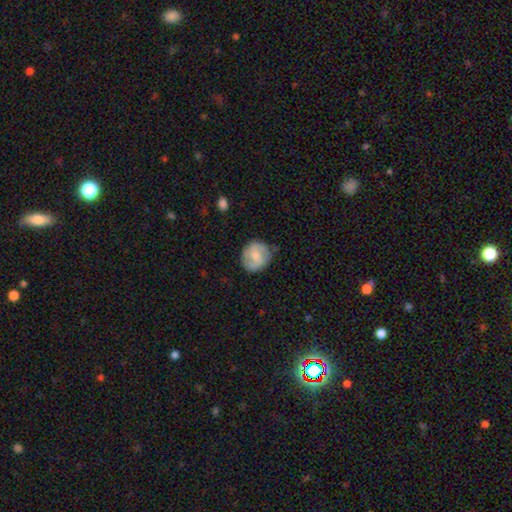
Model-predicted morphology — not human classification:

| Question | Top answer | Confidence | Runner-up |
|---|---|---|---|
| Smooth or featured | smooth | 52% | featured or disk (41%) |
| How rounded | round | 78% | in between (21%) |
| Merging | none | 72% | minor disturbance (21%) |